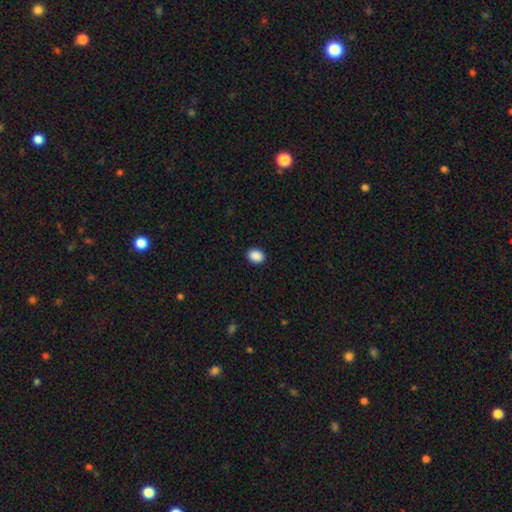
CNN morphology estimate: Smooth or featured: smooth — 90% (star or artifact — 8%)
How rounded: in between — 61% (round — 38%)
Merging: none — 91% (minor disturbance — 6%)